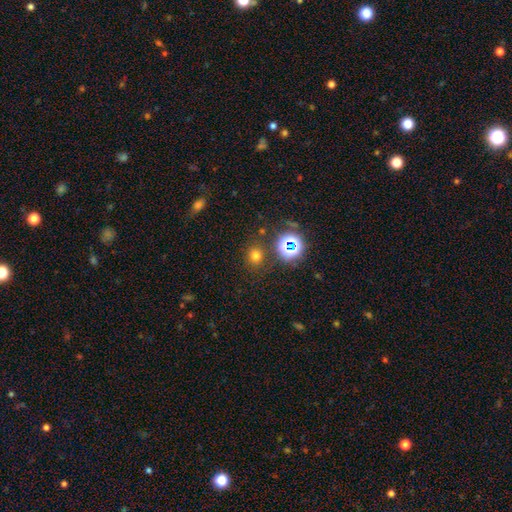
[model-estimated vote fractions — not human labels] Smooth or featured? Predicted: smooth (p=0.69). How rounded? Predicted: round (p=0.77). Merging? Predicted: none (p=0.83).